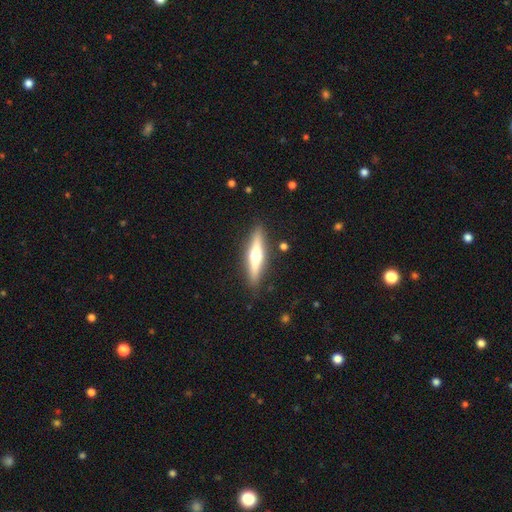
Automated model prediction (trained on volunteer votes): A featured or disk galaxy (61%) viewed edge-on (95%) with a rounded central bulge (93%).

Vote fractions:
- Smooth or featured? featured or disk: 61% / smooth: 34% / star or artifact: 5%
- Edge-on disk? yes: 95% / no: 5%
- Edge-on bulge? rounded: 93% / none: 4% / boxy: 3%
- Merging? none: 89% / minor disturbance: 8% / major disturbance: 2% / merger: 2%